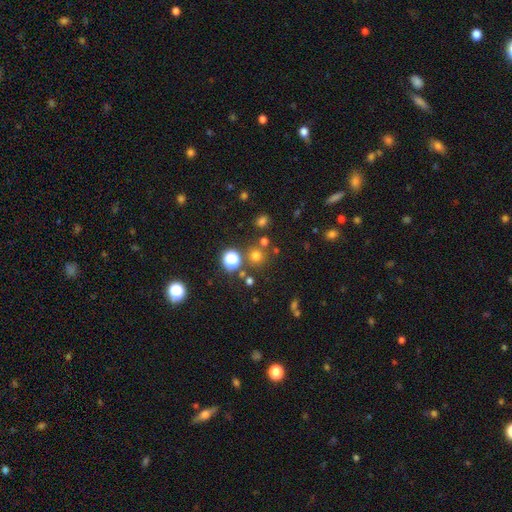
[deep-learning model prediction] Smooth or featured? smooth (66%)
How rounded? round (94%)
Merging? none (80%)